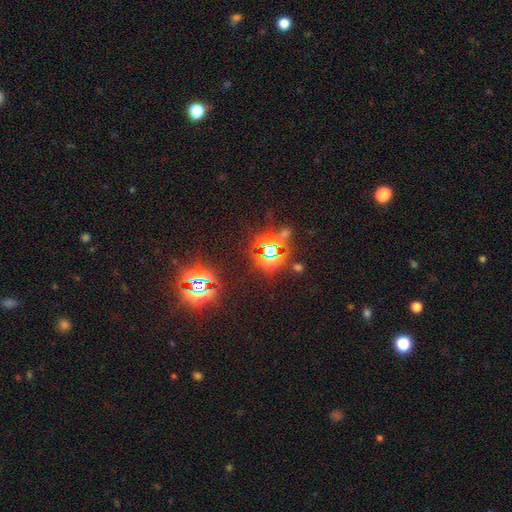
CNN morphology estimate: A star or artifact, not a galaxy (81%).

Vote fractions:
- Smooth or featured? star or artifact: 81% / smooth: 12% / featured or disk: 7%